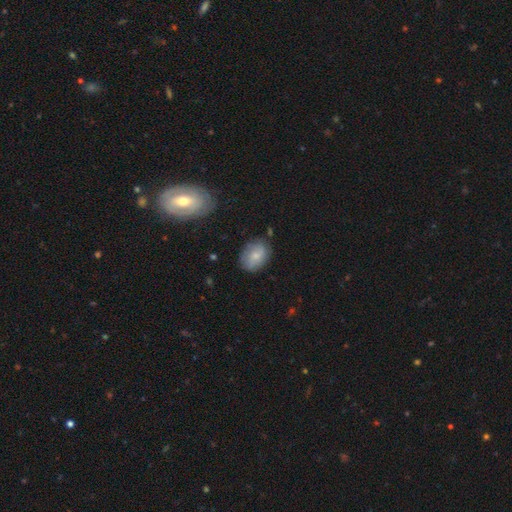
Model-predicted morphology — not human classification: A smooth galaxy with no disk features (70%) that is in between round and cigar-shaped (70%). Merging: none (76%).